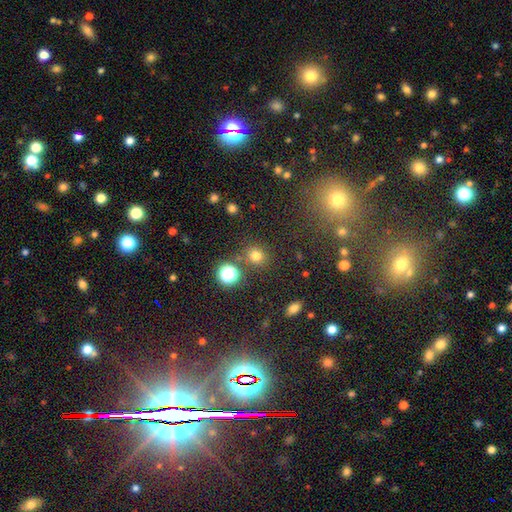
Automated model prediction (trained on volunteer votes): Smooth or featured: smooth — 73% (star or artifact — 21%)
How rounded: round — 82% (in between — 17%)
Merging: none — 81% (minor disturbance — 9%)